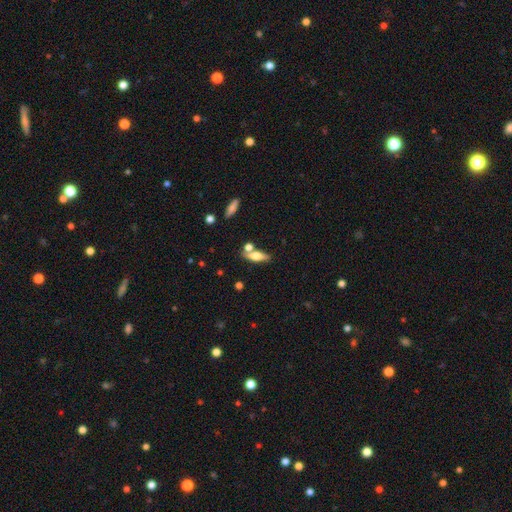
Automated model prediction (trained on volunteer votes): smooth_or_featured: smooth (p=0.58) [alt: featured or disk p=0.34]
how_rounded: in between (p=0.53) [alt: cigar-shaped p=0.43]
merging: none (p=0.63) [alt: merger p=0.20]